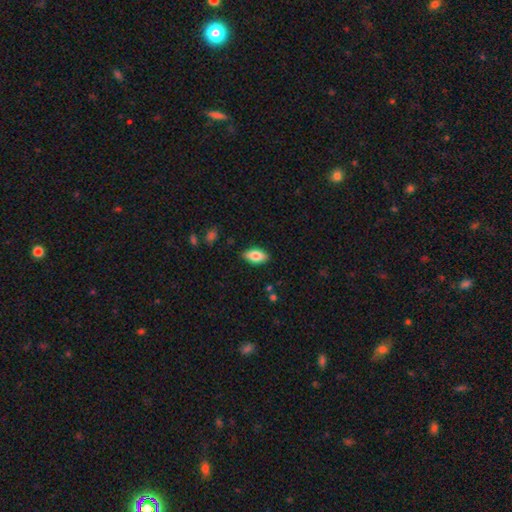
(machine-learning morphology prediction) Overall: smooth (81%). How rounded: in between (91%). Merging: none (87%).